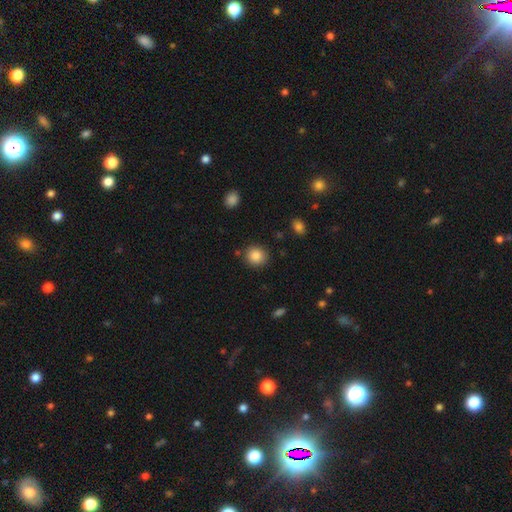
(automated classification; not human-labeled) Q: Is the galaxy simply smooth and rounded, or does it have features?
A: smooth — 86%.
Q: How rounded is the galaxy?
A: round — 86%.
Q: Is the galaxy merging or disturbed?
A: none — 87%.